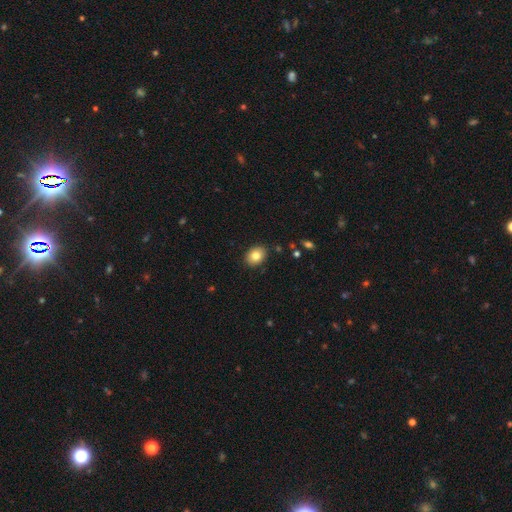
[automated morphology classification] A smooth galaxy with no disk features (82%) that is in between round and cigar-shaped (63%). Merging: none (89%).